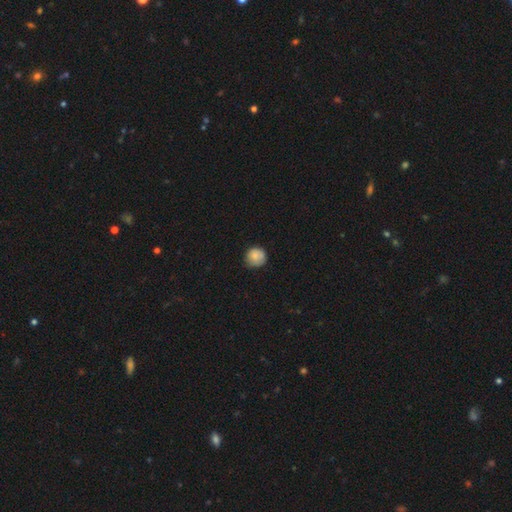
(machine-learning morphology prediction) A smooth galaxy with no disk features (80%) that is round (89%).

Vote fractions:
- Smooth or featured? smooth: 80% / featured or disk: 11% / star or artifact: 8%
- How rounded? round: 89% / in between: 10% / cigar-shaped: 1%
- Merging? none: 70% / minor disturbance: 24% / major disturbance: 5% / merger: 2%